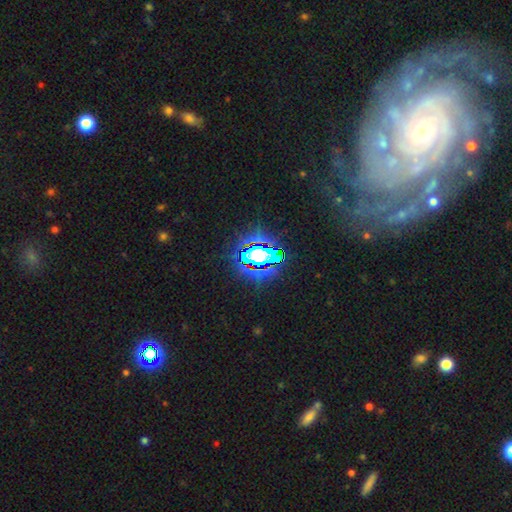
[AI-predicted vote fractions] The model was most divided on "smooth or featured": featured or disk: 50%, star or artifact: 33%, smooth: 17%. More confident: merging — none (66%).